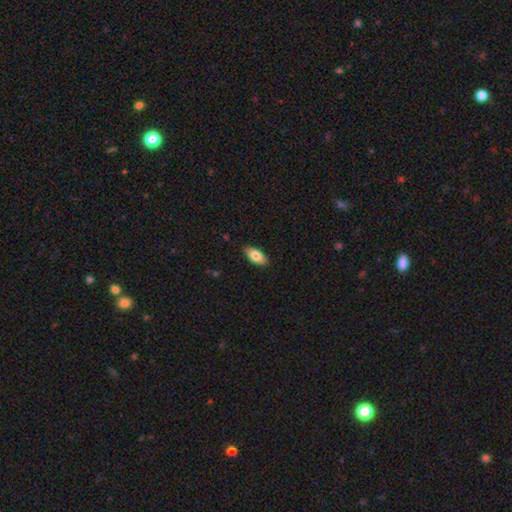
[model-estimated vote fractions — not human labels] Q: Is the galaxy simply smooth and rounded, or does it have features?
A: smooth — 78%.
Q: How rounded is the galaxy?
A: in between — 88%.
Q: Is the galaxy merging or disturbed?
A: none — 88%.